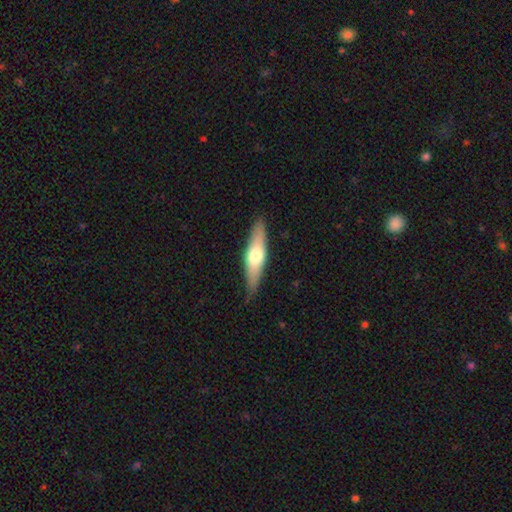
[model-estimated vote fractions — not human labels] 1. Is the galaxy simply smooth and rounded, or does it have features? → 52% smooth, 43% featured or disk, 5% star or artifact.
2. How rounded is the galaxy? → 68% cigar-shaped, 30% in between, 2% round.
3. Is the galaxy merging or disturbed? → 83% none, 14% minor disturbance, 2% major disturbance, 1% merger.